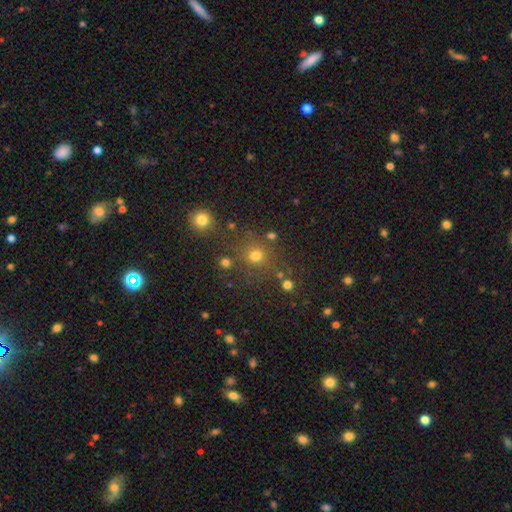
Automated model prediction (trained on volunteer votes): Smooth or featured? smooth (71%)
How rounded? round (87%)
Merging? none (75%)